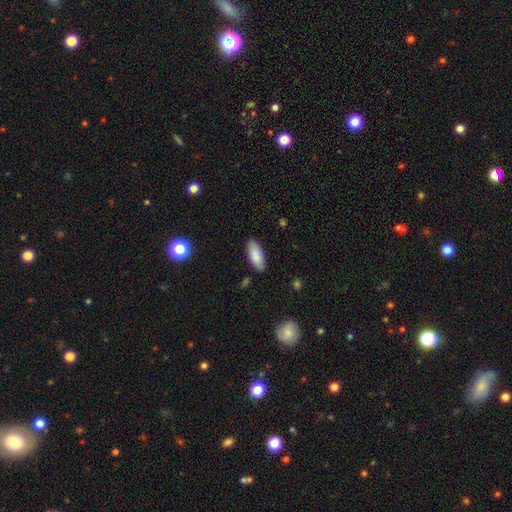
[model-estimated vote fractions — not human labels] This is clearly a smooth galaxy (84%). How rounded: clearly in between (82%). Merging: clearly none (85%).